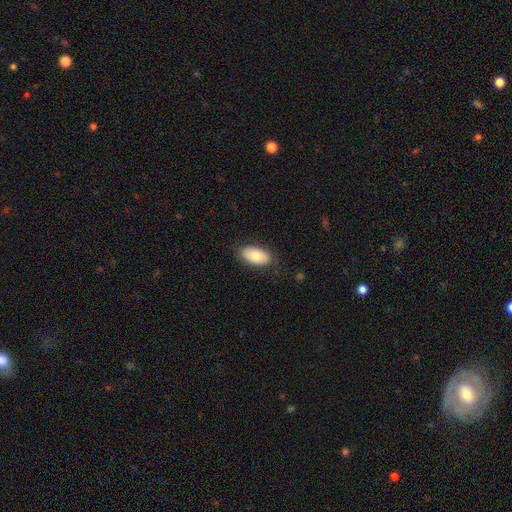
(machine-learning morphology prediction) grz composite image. It shows a smooth galaxy with no disk features (77%) that is in between round and cigar-shaped (94%). Merging: none (81%).